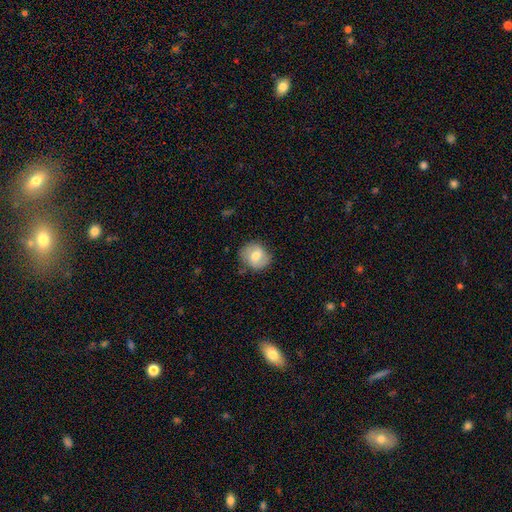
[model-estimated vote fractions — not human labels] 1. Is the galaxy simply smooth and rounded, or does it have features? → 64% smooth, 29% featured or disk, 7% star or artifact.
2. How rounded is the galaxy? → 74% round, 25% in between, 1% cigar-shaped.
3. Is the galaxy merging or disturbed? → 77% none, 17% minor disturbance, 4% major disturbance, 1% merger.